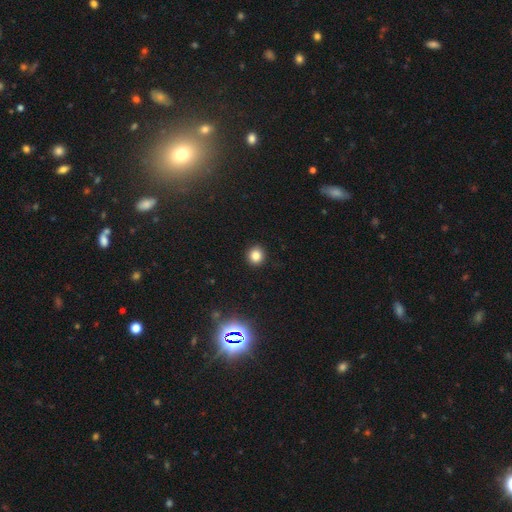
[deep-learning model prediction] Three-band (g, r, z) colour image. It shows a smooth galaxy with no disk features (83%) that is round (89%). Merging: none (92%).